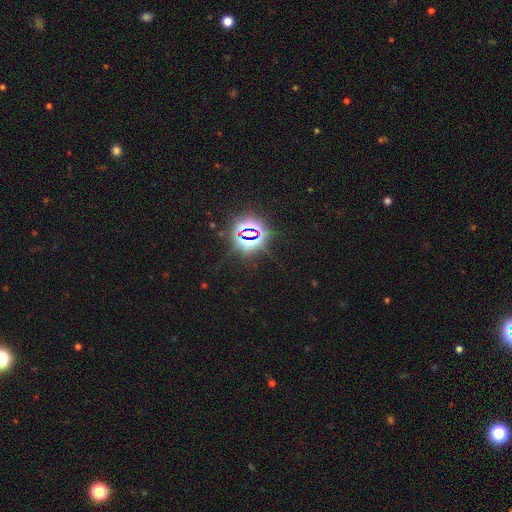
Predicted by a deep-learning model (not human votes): Smooth or featured? Predicted: star or artifact (p=0.80).